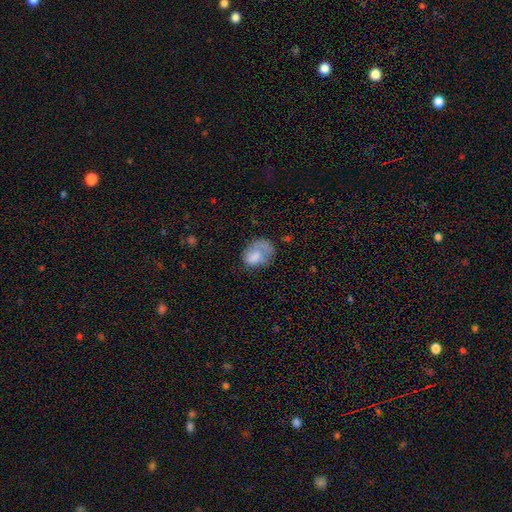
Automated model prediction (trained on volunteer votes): The model was most divided on "merging": none: 39%, major disturbance: 30%, minor disturbance: 27%, merger: 4%. More confident: smooth or featured — smooth (67%); how rounded — in between (62%).